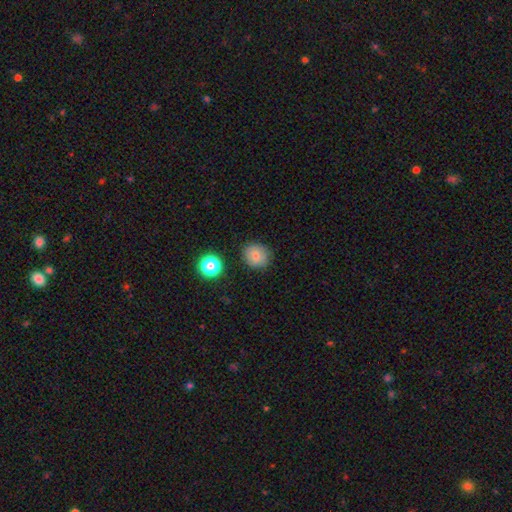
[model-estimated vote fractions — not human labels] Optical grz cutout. It shows a smooth galaxy with no disk features (80%) that is round (86%). Merging: none (84%).